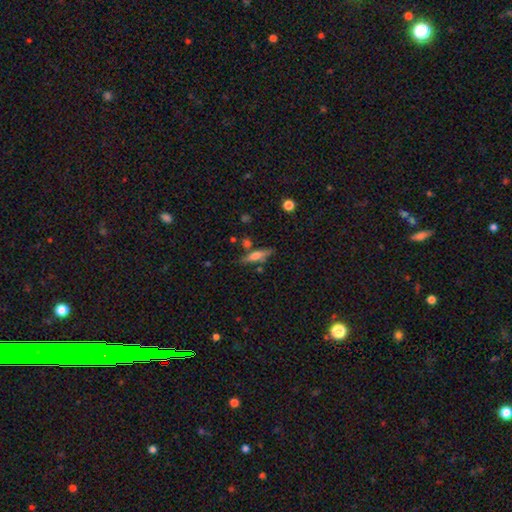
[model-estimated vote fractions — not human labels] The model was most divided on "smooth or featured": smooth: 49%, featured or disk: 43%, star or artifact: 8%. More confident: merging — none (74%).